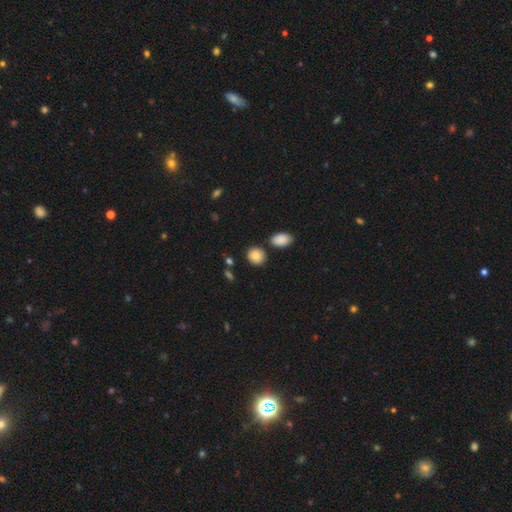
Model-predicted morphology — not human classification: A smooth galaxy with no disk features (86%) that is round (77%).

Vote fractions:
- Smooth or featured? smooth: 86% / star or artifact: 8% / featured or disk: 6%
- How rounded? round: 77% / in between: 22% / cigar-shaped: 1%
- Merging? none: 79% / minor disturbance: 10% / merger: 7% / major disturbance: 3%